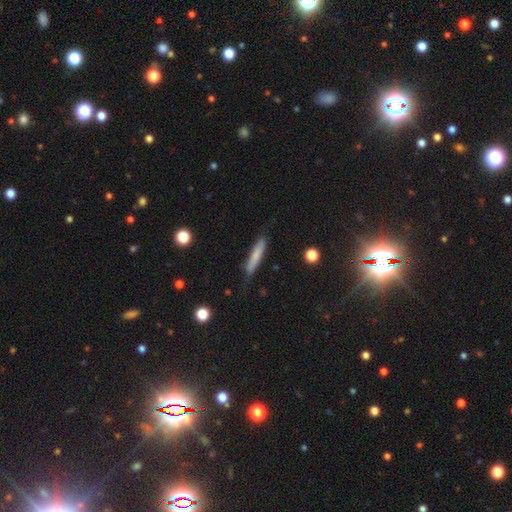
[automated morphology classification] The model was most divided on "smooth or featured": smooth: 73%, featured or disk: 20%, star or artifact: 6%. More confident: how rounded — cigar-shaped (91%); merging — none (79%).